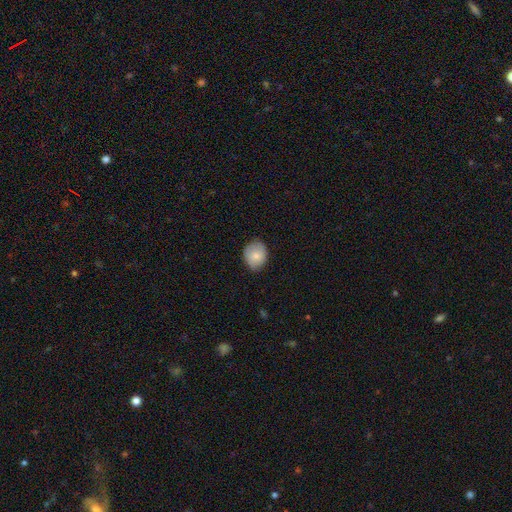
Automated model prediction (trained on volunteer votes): A smooth galaxy with no disk features (77%) that is round (61%). Merging: none (74%).